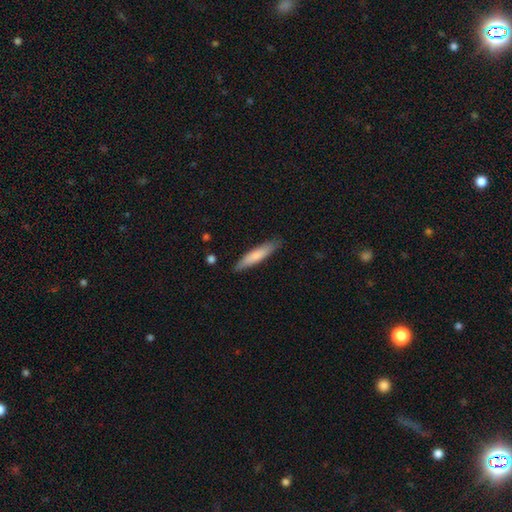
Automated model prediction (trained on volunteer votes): Smooth or featured? smooth (76%)
How rounded? cigar-shaped (84%)
Merging? none (86%)